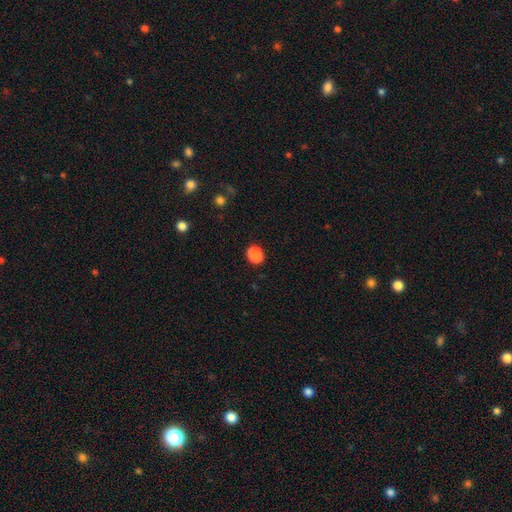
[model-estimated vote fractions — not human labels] Morphology: type=smooth (80%); roundness=in between (60%); merging=none (61%).